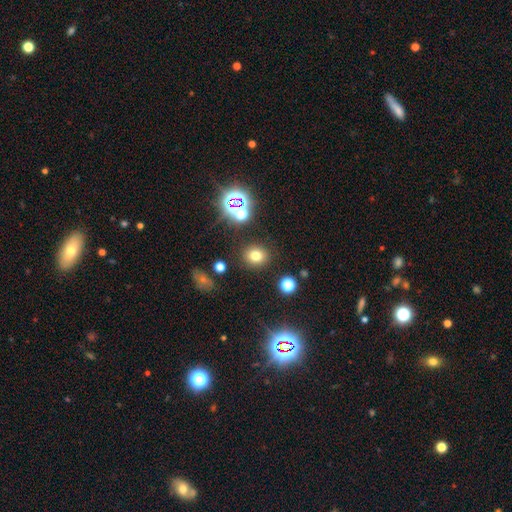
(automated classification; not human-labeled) The model was most divided on "smooth or featured": smooth: 72%, star or artifact: 20%, featured or disk: 8%. More confident: merging — none (87%); how rounded — round (79%).